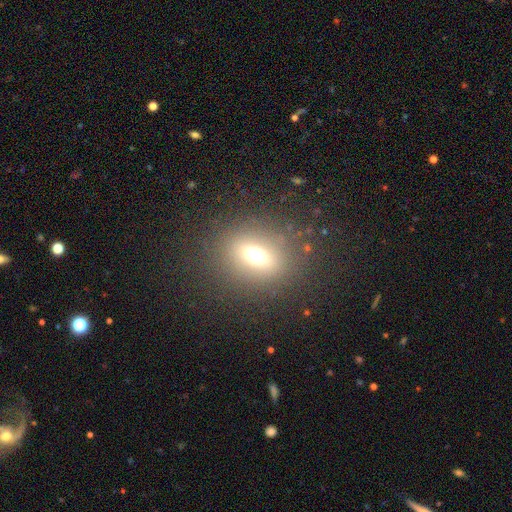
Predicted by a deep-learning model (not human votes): This appears to be a smooth galaxy with no disk features (64%) that is in between round and cigar-shaped (49%, tied with round). Merging: none (82%).